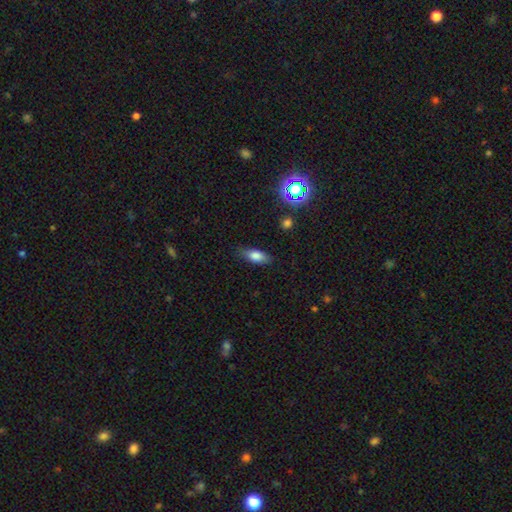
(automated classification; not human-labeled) Smooth or featured: smooth — 77% (featured or disk — 14%)
How rounded: in between — 77% (cigar-shaped — 19%)
Merging: none — 78% (minor disturbance — 17%)